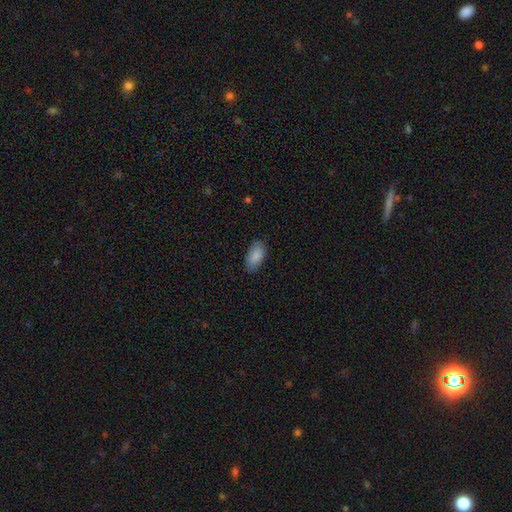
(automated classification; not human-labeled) A smooth galaxy with no disk features (86%) that is in between round and cigar-shaped (93%).

Vote fractions:
- Smooth or featured? smooth: 86% / featured or disk: 7% / star or artifact: 6%
- How rounded? in between: 93% / cigar-shaped: 4% / round: 3%
- Merging? none: 82% / minor disturbance: 14% / major disturbance: 3% / merger: 1%